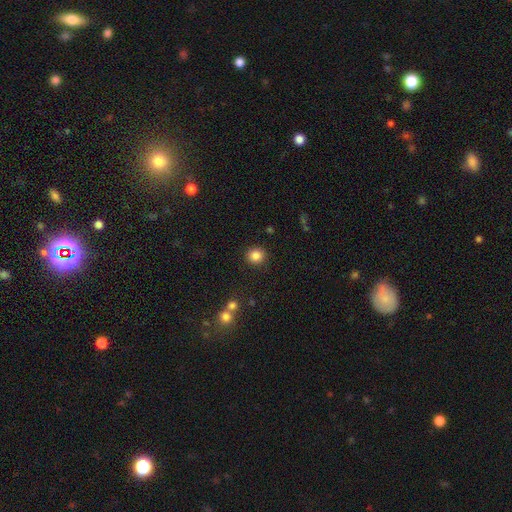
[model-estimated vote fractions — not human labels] Overall: smooth (84%). How rounded: round (89%). Merging: none (90%).